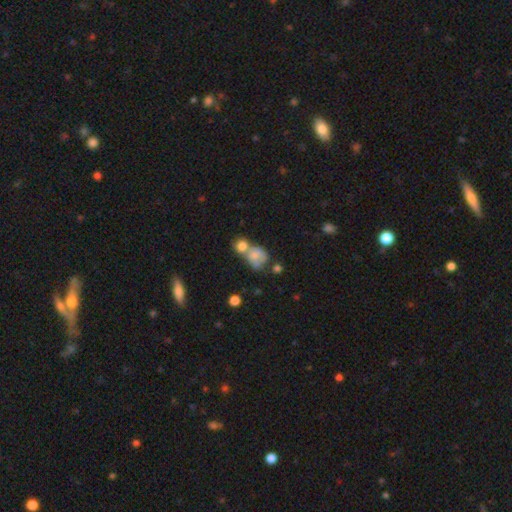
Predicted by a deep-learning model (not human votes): This appears to be a smooth galaxy with no disk features (66%) that is round (55%). Merging: merger (58%).